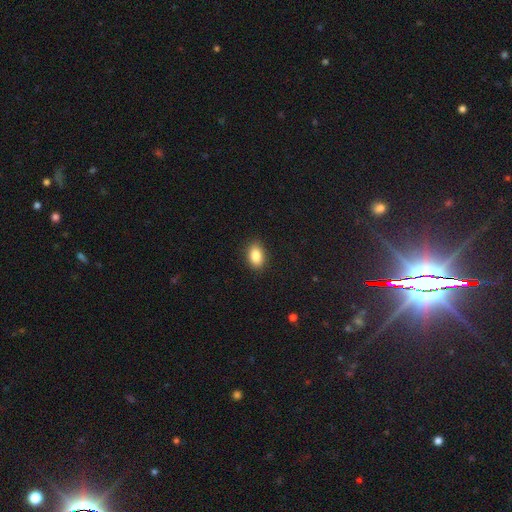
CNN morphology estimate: type=smooth (86%); roundness=in between (86%); merging=none (88%).